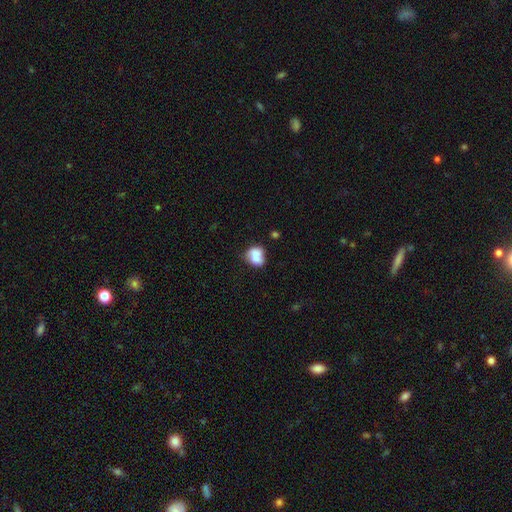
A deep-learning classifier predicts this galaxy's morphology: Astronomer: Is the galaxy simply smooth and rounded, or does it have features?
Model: smooth — 68%.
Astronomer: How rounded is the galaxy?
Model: round — 50% (runner-up: in between, 49%).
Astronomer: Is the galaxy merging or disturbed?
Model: merger — 43% (runner-up: none, 31%).